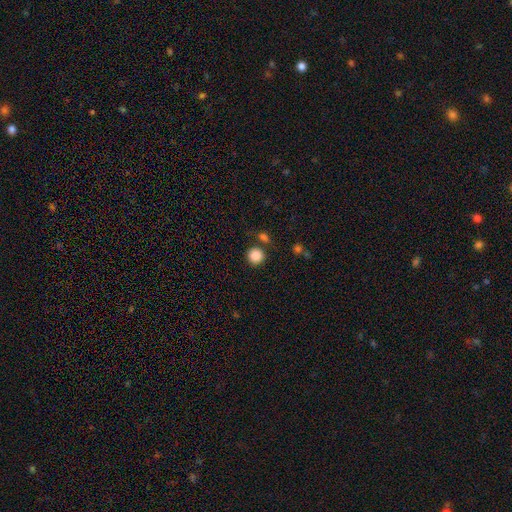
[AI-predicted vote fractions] Smooth or featured? Predicted: smooth (p=0.87). How rounded? Predicted: round (p=0.94). Merging? Predicted: none (p=0.79).